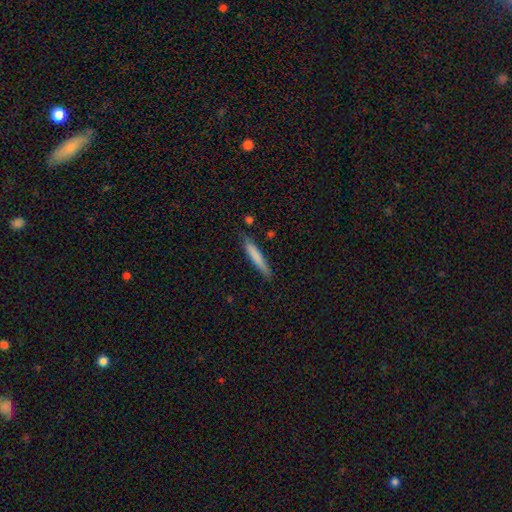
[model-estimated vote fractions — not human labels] smooth_or_featured: smooth (p=0.75) [alt: featured or disk p=0.19]
how_rounded: cigar-shaped (p=0.92) [alt: in between p=0.06]
merging: none (p=0.79) [alt: minor disturbance p=0.16]